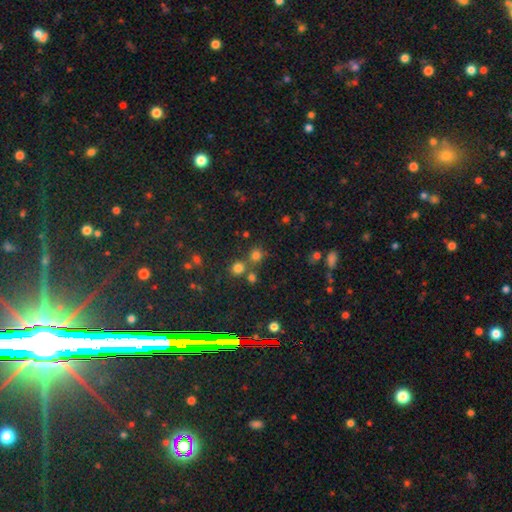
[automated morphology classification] This appears to be a smooth galaxy with no disk features (70%) that is round (89%). Merging: none (68%).